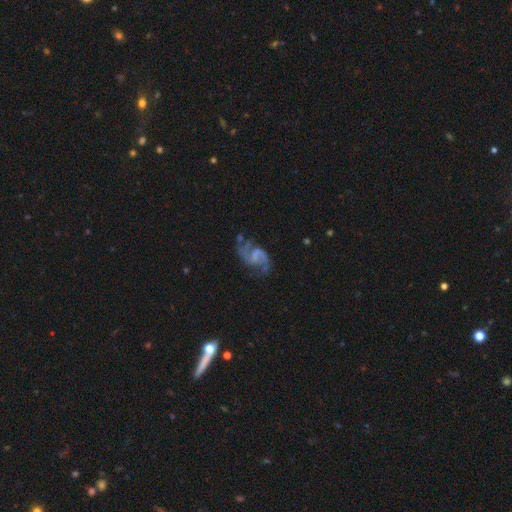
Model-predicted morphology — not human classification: smooth-or-featured: featured or disk: 85% | smooth: 9% | star or artifact: 7%
  disk-edge-on: no: 98% | yes: 2%
    bar: weak: 51% | no: 30% | strong: 19%
    has-spiral-arms: yes: 95% | no: 5%
      spiral-winding: loose: 45% | medium: 44% | tight: 10%
      spiral-arm-count: 2: 91% | can't tell: 3% | 1: 2% | 3: 1% | 4: 1% | more than 4: 1%
    bulge-size: none: 59% | small: 24% | moderate: 13% | large: 3% | dominant: 1%
  merging: none: 63% | minor disturbance: 20% | major disturbance: 14% | merger: 4%